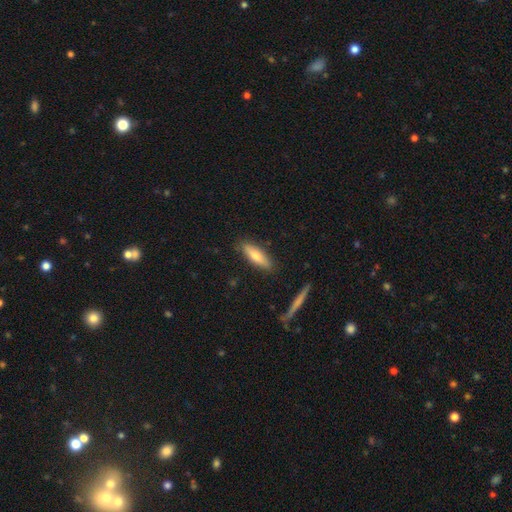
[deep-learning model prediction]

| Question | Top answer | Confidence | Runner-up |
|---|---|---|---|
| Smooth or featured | smooth | 63% | featured or disk (31%) |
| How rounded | cigar-shaped | 66% | in between (32%) |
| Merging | none | 86% | minor disturbance (10%) |